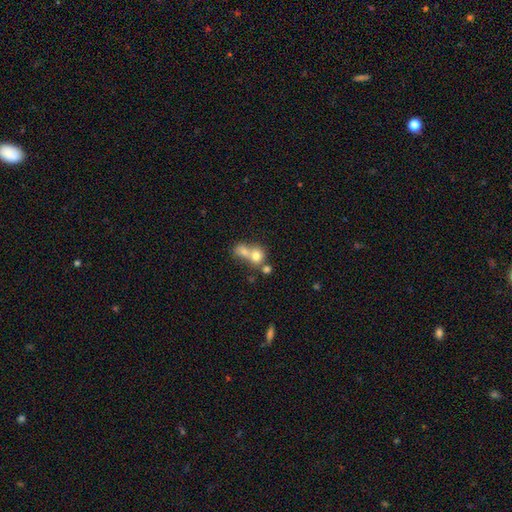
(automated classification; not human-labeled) Morphology: type=smooth (72%); roundness=round (72%); merging=merger (65%).